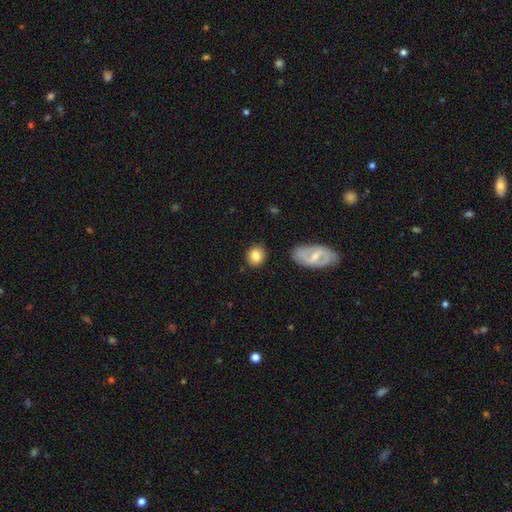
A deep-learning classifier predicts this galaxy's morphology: Smooth or featured? Predicted: smooth (p=0.81). How rounded? Predicted: round (p=0.75). Merging? Predicted: none (p=0.83).